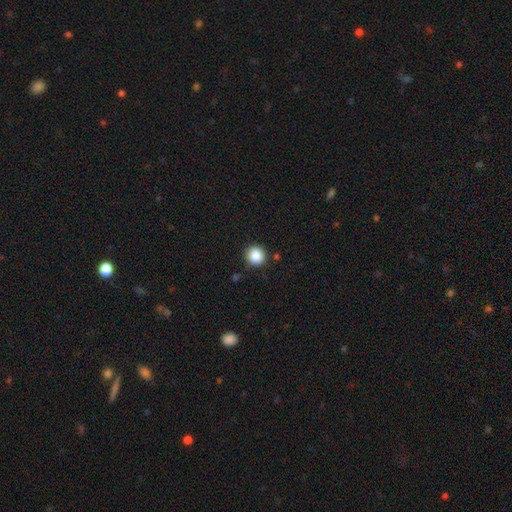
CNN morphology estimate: Overall: smooth (87%). How rounded: round (91%). Merging: none (87%).